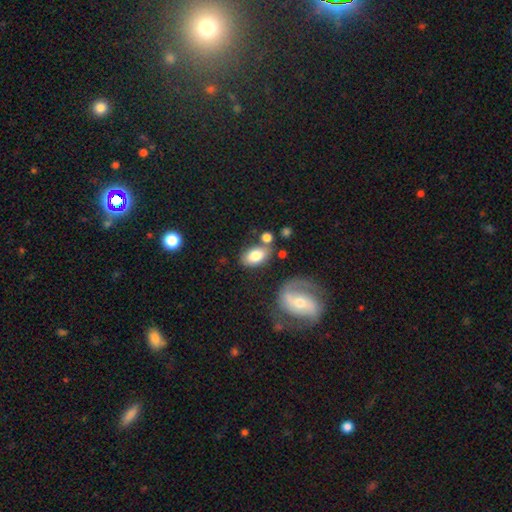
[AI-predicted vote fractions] smooth_or_featured: smooth (p=0.78) [alt: featured or disk p=0.15]
how_rounded: in between (p=0.90) [alt: round p=0.09]
merging: none (p=0.62) [alt: minor disturbance p=0.17]